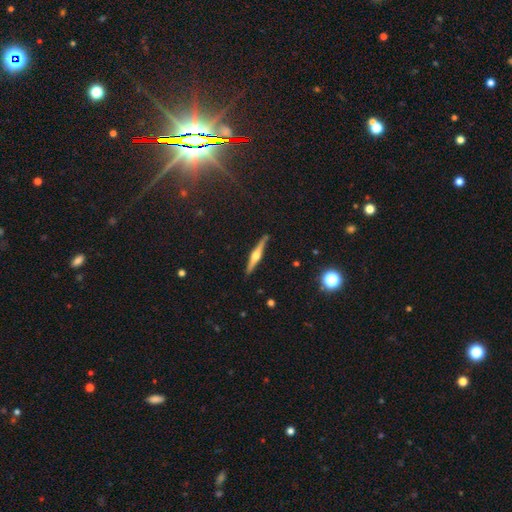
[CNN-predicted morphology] The model was most divided on "smooth or featured": featured or disk: 74%, smooth: 20%, star or artifact: 6%. More confident: edge-on disk — yes (98%); edge-on bulge — rounded (91%); merging — none (90%).